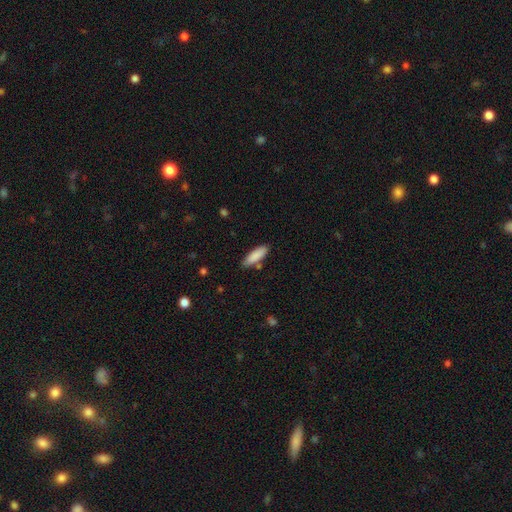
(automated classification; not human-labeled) The model was most divided on "how rounded": cigar-shaped: 52%, in between: 47%, round: 1%. More confident: smooth or featured — smooth (87%); merging — none (81%).